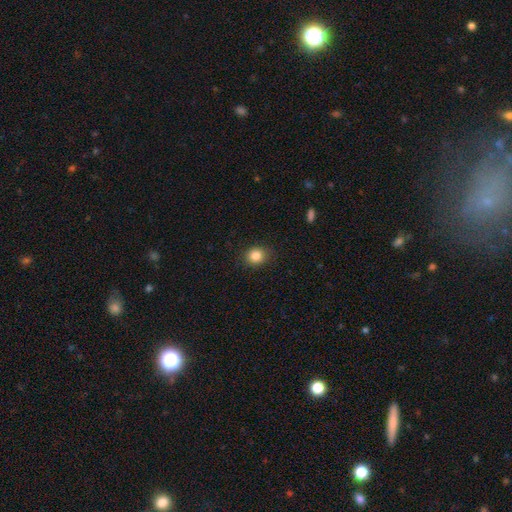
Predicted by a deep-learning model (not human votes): The model was most divided on "how rounded": round: 78%, in between: 21%, cigar-shaped: 1%. More confident: merging — none (88%); smooth or featured — smooth (85%).